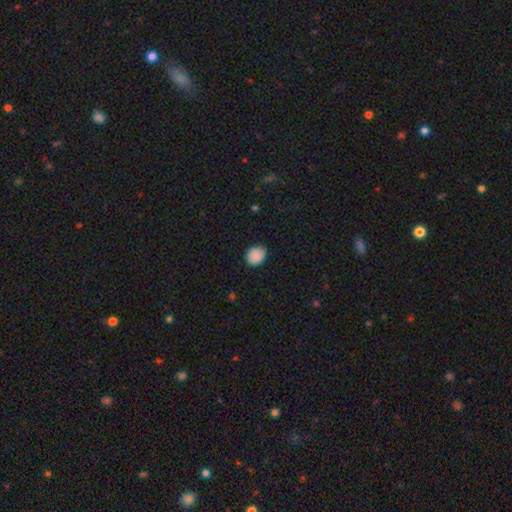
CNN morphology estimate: Smooth or featured?
  - smooth: 87% *
  - star or artifact: 8%
  - featured or disk: 5%
How rounded?
  - round: 53% *
  - in between: 46%
  - cigar-shaped: 1%
Merging?
  - none: 81% *
  - minor disturbance: 15%
  - major disturbance: 3%
  - merger: 1%